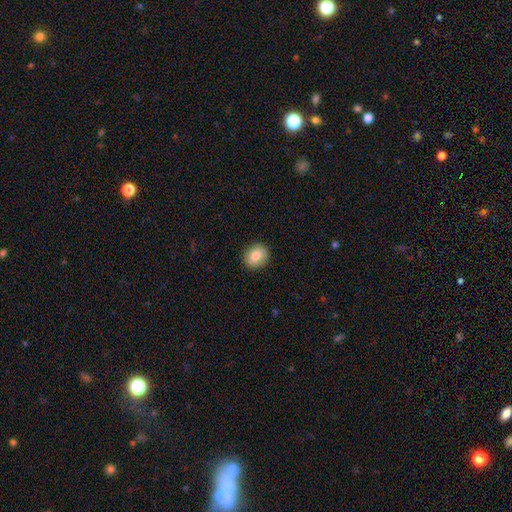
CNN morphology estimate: Overall: smooth (83%). How rounded: round (61%; in between 37%). Merging: none (90%).